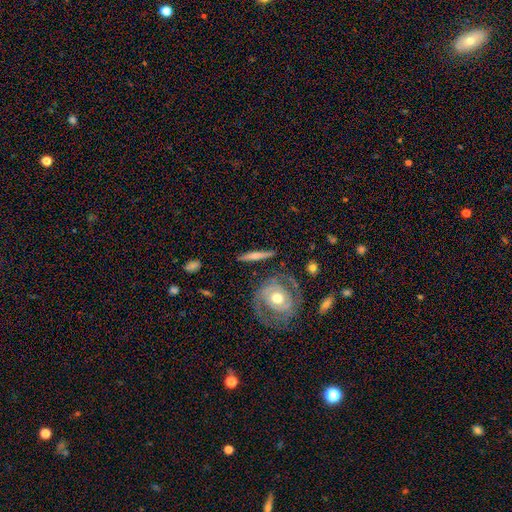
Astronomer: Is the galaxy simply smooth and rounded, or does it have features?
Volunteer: featured or disk — 57% (runner-up: smooth, 38%).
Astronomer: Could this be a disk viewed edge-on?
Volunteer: yes — 70%.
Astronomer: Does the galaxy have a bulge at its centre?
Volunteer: none — 50% (runner-up: rounded, 38%).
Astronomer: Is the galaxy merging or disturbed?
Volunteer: none — 82%.